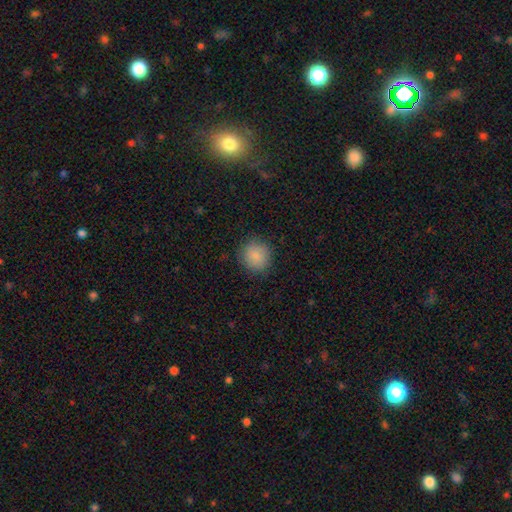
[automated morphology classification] type=smooth (87%); roundness=round (90%); merging=none (87%).